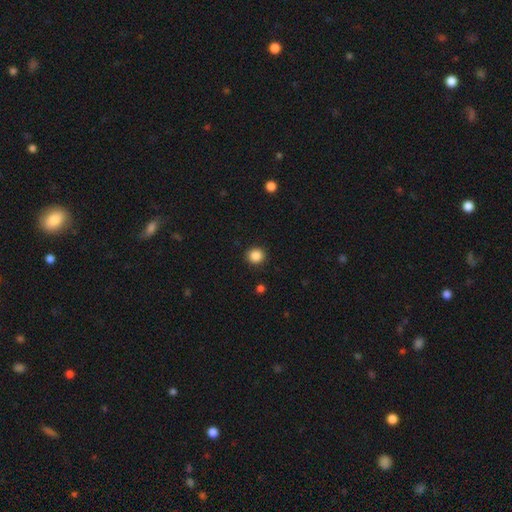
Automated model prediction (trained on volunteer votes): Smooth or featured?
  - smooth: 86% *
  - star or artifact: 11%
  - featured or disk: 3%
How rounded?
  - round: 90% *
  - in between: 9%
  - cigar-shaped: 1%
Merging?
  - none: 91% *
  - minor disturbance: 6%
  - major disturbance: 2%
  - merger: 1%